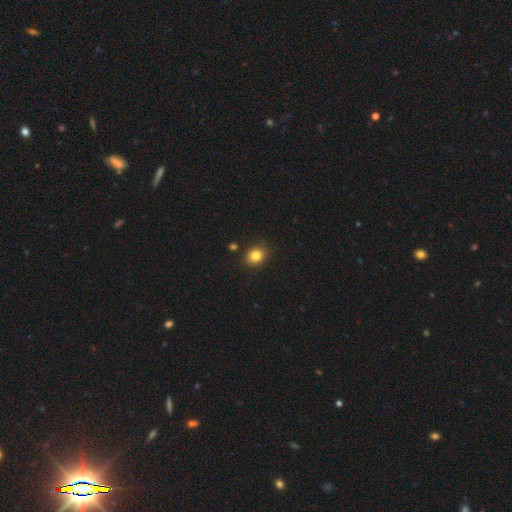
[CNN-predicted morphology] Smooth or featured? smooth (82%)
How rounded? round (68%)
Merging? none (87%)